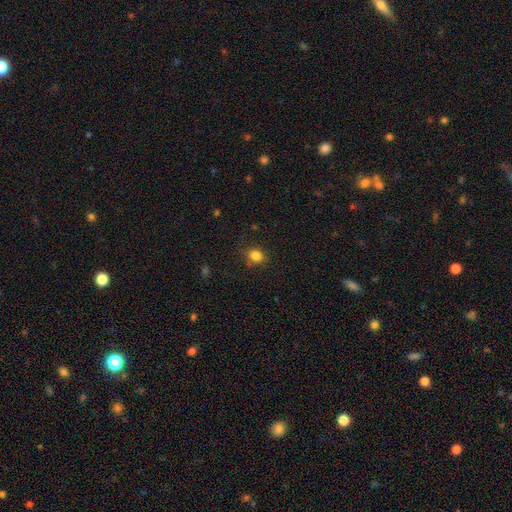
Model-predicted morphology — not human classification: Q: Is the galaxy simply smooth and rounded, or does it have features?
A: smooth — 84%.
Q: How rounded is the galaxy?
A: round — 59%.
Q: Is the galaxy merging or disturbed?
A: none — 82%.